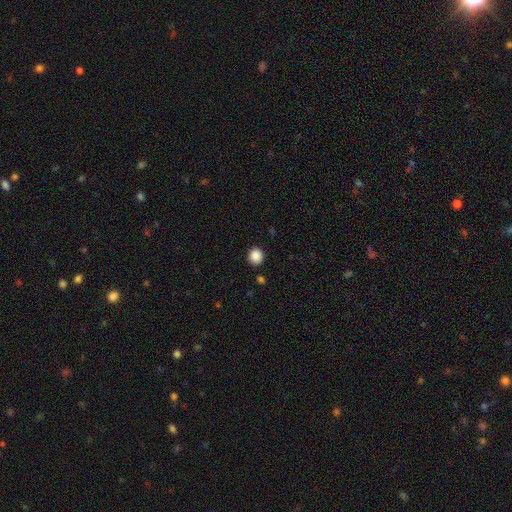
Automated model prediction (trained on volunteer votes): Smooth or featured?
  - smooth: 87% *
  - star or artifact: 10%
  - featured or disk: 3%
How rounded?
  - round: 88% *
  - in between: 11%
  - cigar-shaped: 1%
Merging?
  - none: 90% *
  - minor disturbance: 6%
  - major disturbance: 2%
  - merger: 2%